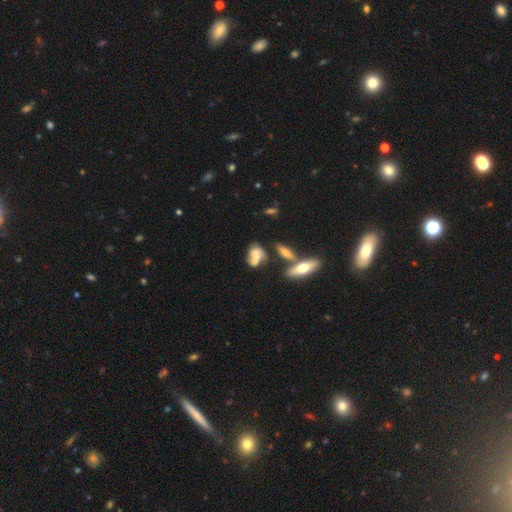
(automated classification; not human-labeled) smooth_or_featured: featured or disk (p=0.50) [alt: smooth p=0.40]
disk_edge_on: no (p=0.89) [alt: yes p=0.11]
merging: none (p=0.35) [alt: merger p=0.30]